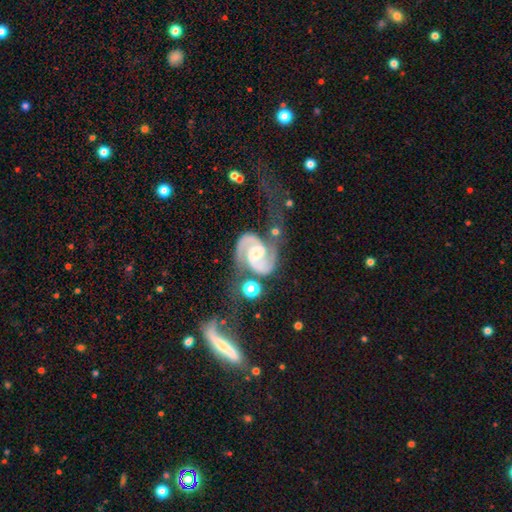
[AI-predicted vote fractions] A featured or disk galaxy (93%) with a weak bar (45%), 2 (94%) medium (55%) spiral arms (98%) and a moderate central bulge (46%).

Vote fractions:
- Smooth or featured? featured or disk: 93% / star or artifact: 4% / smooth: 3%
- Edge-on disk? no: 98% / yes: 2%
- Bar? weak: 45% / no: 32% / strong: 24%
- Spiral arms? yes: 98% / no: 2%
- Spiral winding? medium: 55% / tight: 30% / loose: 15%
- Spiral arm count? 2: 94% / can't tell: 2% / 1: 1% / 3: 1% / 4: 1% / more than 4: 1%
- Bulge size? moderate: 46% / small: 36% / none: 9% / large: 7% / dominant: 2%
- Merging? none: 46% / minor disturbance: 19% / major disturbance: 18% / merger: 17%